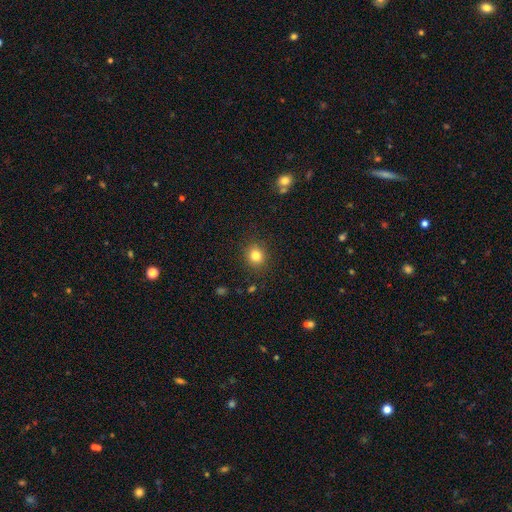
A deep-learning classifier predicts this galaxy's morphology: Overall: smooth (82%). How rounded: round (80%). Merging: none (88%).